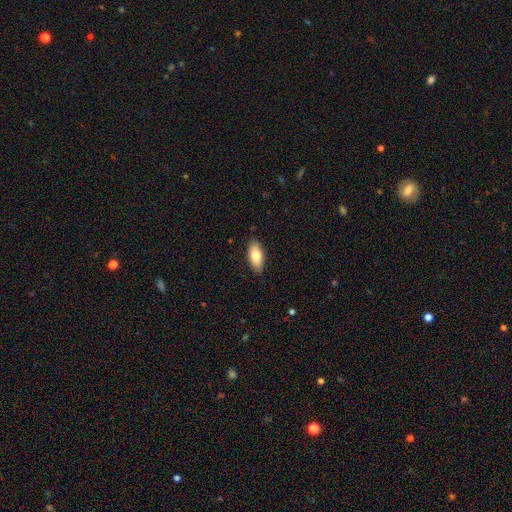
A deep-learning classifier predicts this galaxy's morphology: type=smooth (77%); roundness=in between (88%); merging=none (87%).